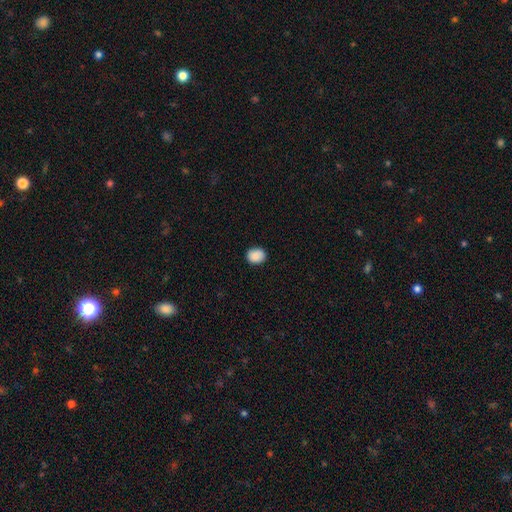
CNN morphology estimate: Smooth or featured: smooth — 89% (star or artifact — 8%)
How rounded: round — 54% (in between — 45%)
Merging: none — 88% (minor disturbance — 10%)